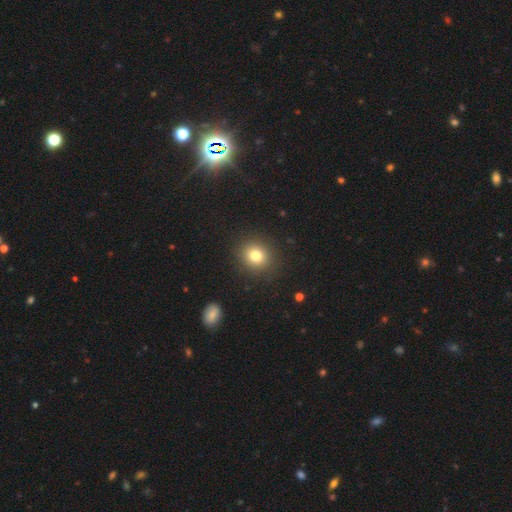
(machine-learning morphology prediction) Smooth or featured?
  - smooth: 79% *
  - star or artifact: 13%
  - featured or disk: 8%
How rounded?
  - round: 83% *
  - in between: 16%
  - cigar-shaped: 1%
Merging?
  - none: 90% *
  - minor disturbance: 6%
  - major disturbance: 3%
  - merger: 1%